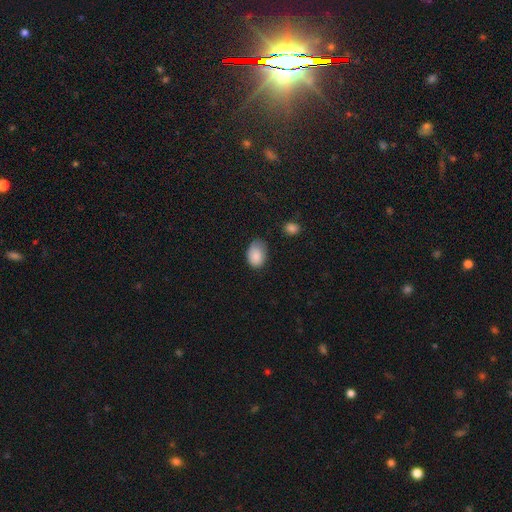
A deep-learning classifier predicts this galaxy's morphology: This appears to be a smooth galaxy with no disk features (87%) that is in between round and cigar-shaped (82%). Merging: none (54%).